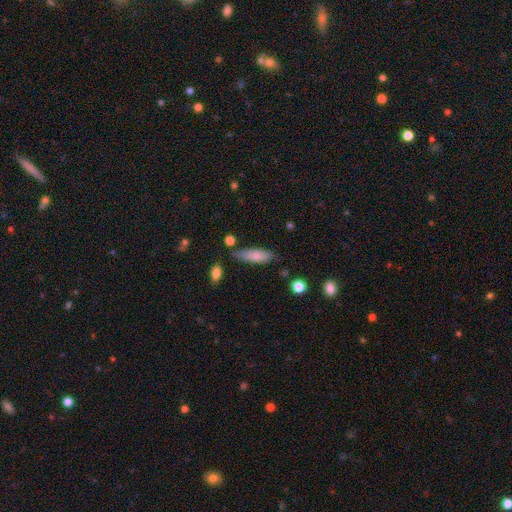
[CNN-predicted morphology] Smooth or featured?
  - smooth: 80% *
  - featured or disk: 14%
  - star or artifact: 6%
How rounded?
  - in between: 53% *
  - cigar-shaped: 45%
  - round: 2%
Merging?
  - none: 69% *
  - minor disturbance: 21%
  - merger: 5%
  - major disturbance: 5%